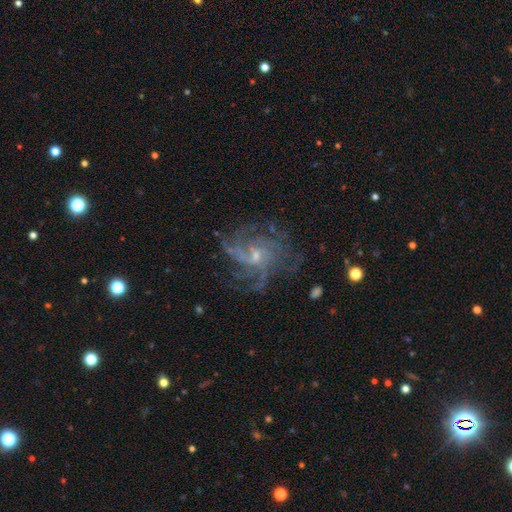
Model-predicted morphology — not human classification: The model was most divided on "spiral arm count": can't tell: 33%, 4: 23%, 3: 15%, more than 4: 13%, 2: 9%, 1: 7%. Remaining: edge-on disk — no (97%); spiral arms — yes (90%); smooth or featured — featured or disk (78%); bulge size — small (68%); bar — no (63%); merging — none (63%); spiral winding — medium (43%).